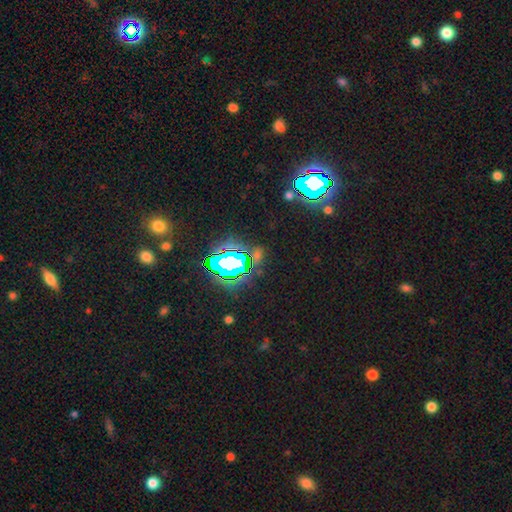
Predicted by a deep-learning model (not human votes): Overall: star or artifact (67%).